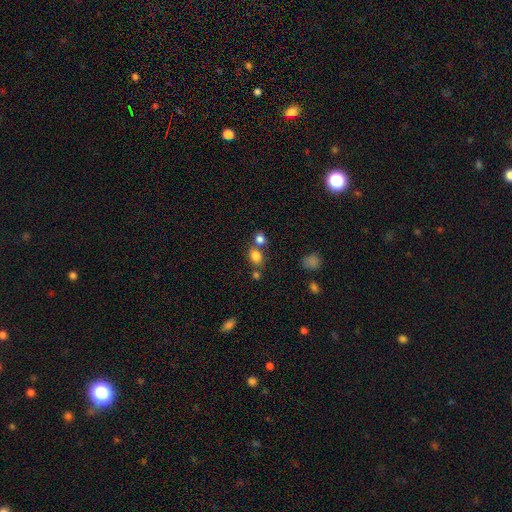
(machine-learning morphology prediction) Smooth or featured? Predicted: smooth (p=0.81). How rounded? Predicted: in between (p=0.50). Merging? Predicted: none (p=0.57).